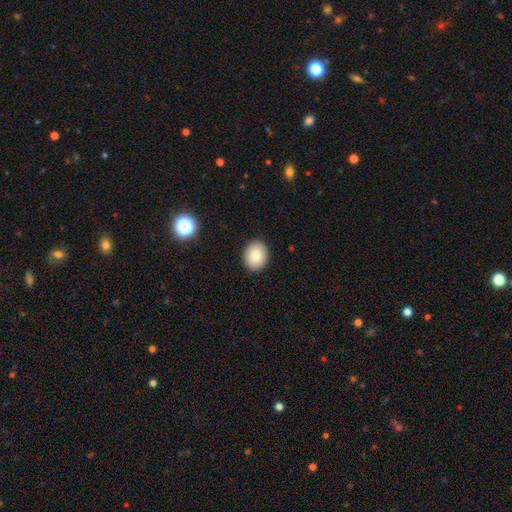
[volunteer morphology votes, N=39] A smooth galaxy with no disk features (90%) that is round (69%). Merging: none (92%).